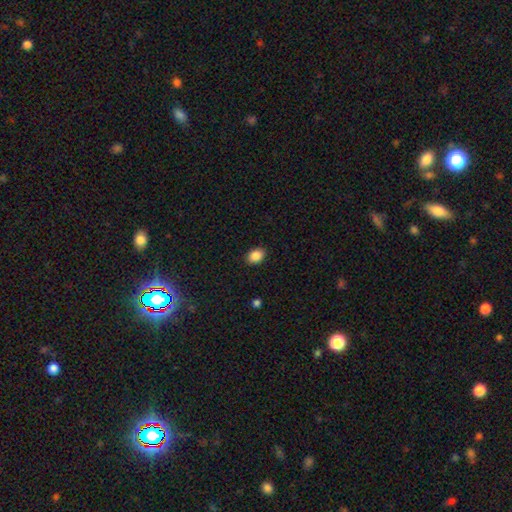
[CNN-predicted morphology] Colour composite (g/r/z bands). It shows a smooth galaxy with no disk features (87%) that is in between round and cigar-shaped (72%). Merging: none (89%).